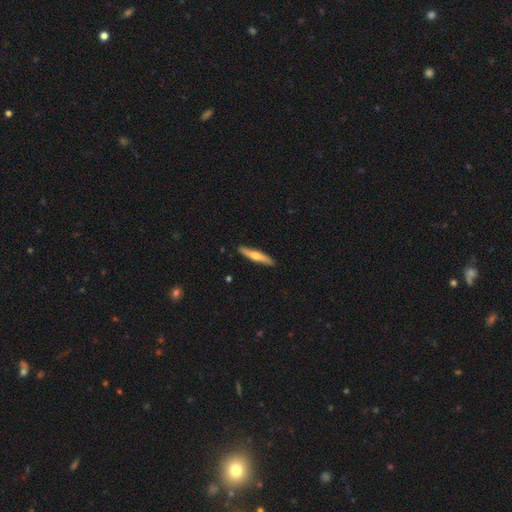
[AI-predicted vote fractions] This is possibly a smooth galaxy (51%). How rounded: clearly cigar-shaped (90%). Merging: clearly none (90%).